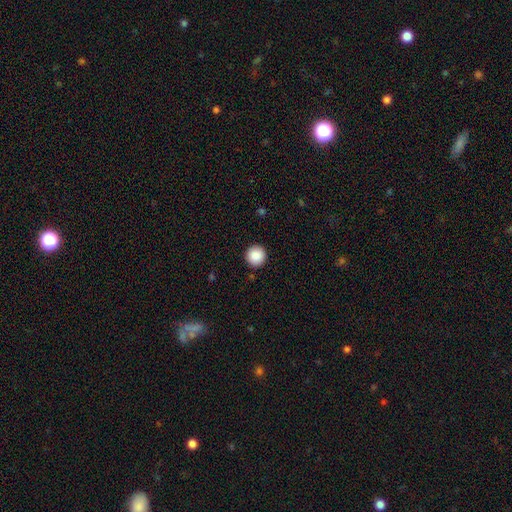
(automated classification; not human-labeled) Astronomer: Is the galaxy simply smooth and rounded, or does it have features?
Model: smooth — 89%.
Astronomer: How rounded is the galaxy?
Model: round — 96%.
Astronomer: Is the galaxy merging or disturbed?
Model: none — 92%.